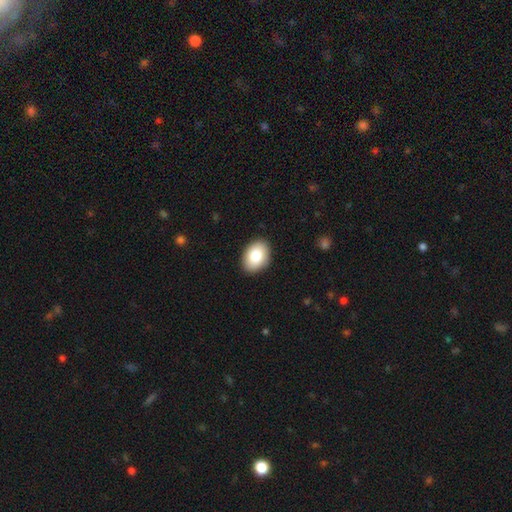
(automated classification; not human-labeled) Smooth or featured? Predicted: smooth (p=0.85). How rounded? Predicted: in between (p=0.84). Merging? Predicted: none (p=0.89).